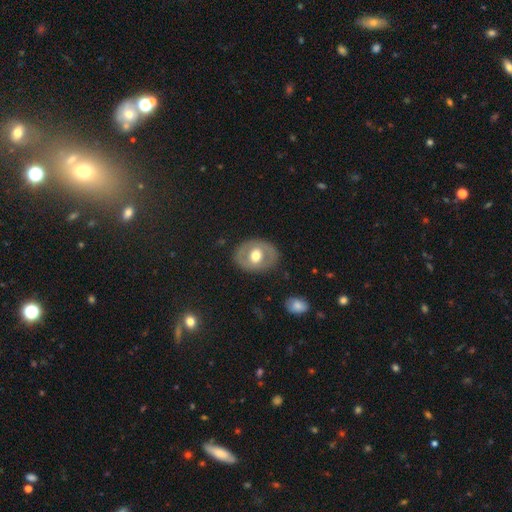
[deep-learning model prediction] Morphology: type=featured or disk (50%); edge-on=no (93%); merging=none (82%).